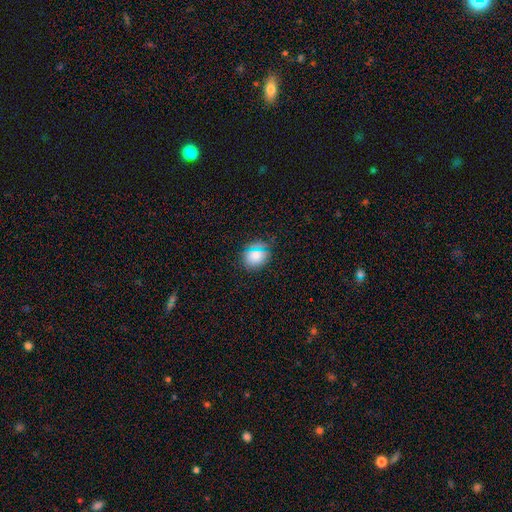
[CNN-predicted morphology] Overall: smooth (75%). How rounded: round (70%). Merging: none (83%).